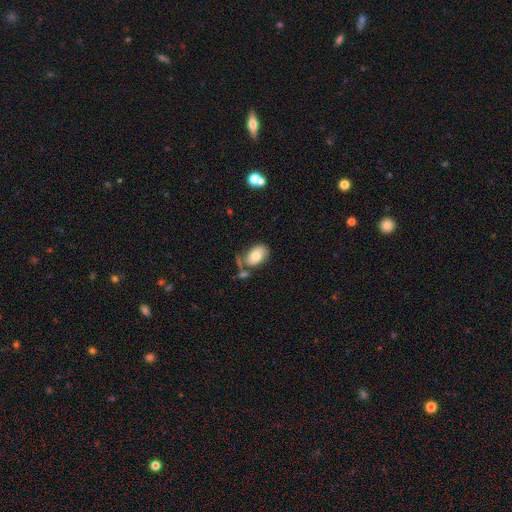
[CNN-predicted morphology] Smooth or featured?
  - smooth: 71% *
  - featured or disk: 22%
  - star or artifact: 8%
How rounded?
  - in between: 89% *
  - round: 10%
  - cigar-shaped: 1%
Merging?
  - none: 45% *
  - merger: 22%
  - minor disturbance: 20%
  - major disturbance: 13%